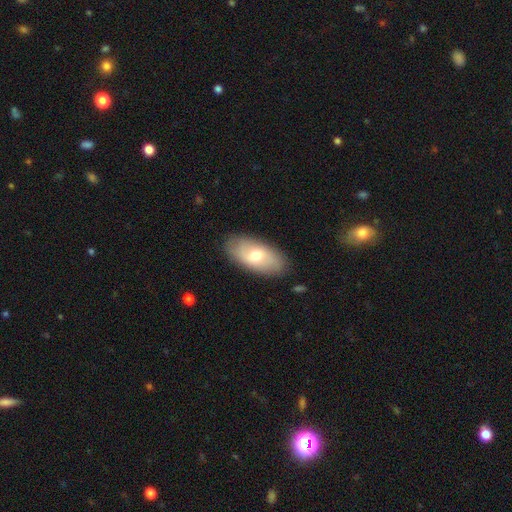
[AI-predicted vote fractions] smooth 61%, featured or disk 33%, star or artifact 6%. Down the decision tree: how rounded — in between (91%); merging — none (85%).